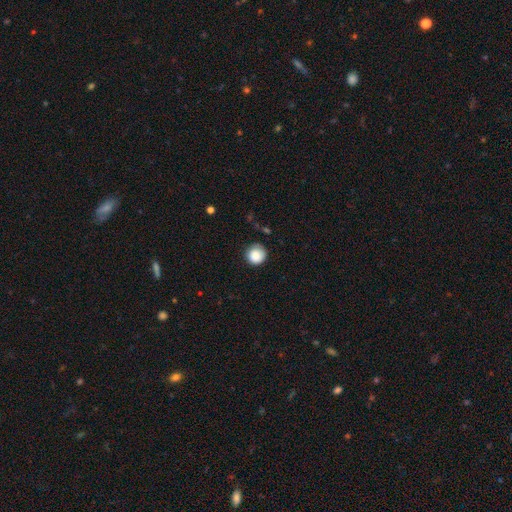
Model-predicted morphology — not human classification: This is clearly a smooth galaxy (87%). How rounded: clearly round (94%). Merging: likely none (75%).